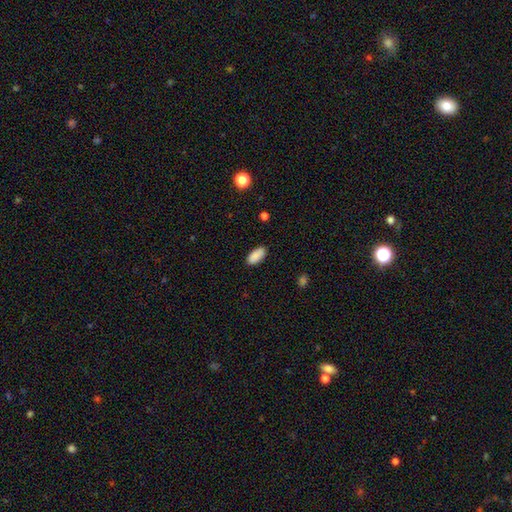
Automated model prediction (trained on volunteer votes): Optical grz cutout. It shows a smooth galaxy with no disk features (90%) that is in between round and cigar-shaped (92%). Merging: none (88%).